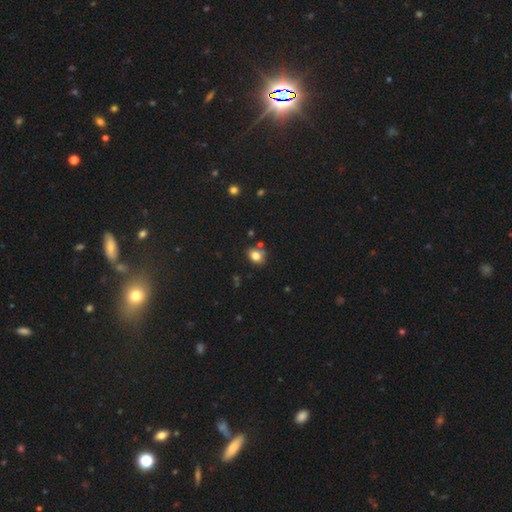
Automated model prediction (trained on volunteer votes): smooth-or-featured: smooth: 80% | star or artifact: 12% | featured or disk: 8%
  how-rounded: in between: 52% | round: 47% | cigar-shaped: 1%
  merging: none: 73% | minor disturbance: 14% | merger: 9% | major disturbance: 3%